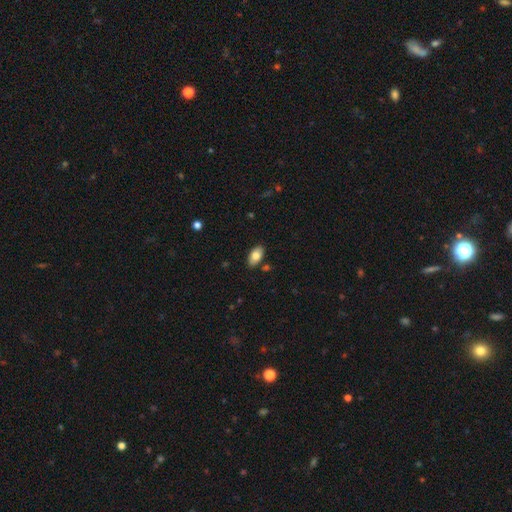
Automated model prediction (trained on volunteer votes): smooth_or_featured: smooth (p=0.78) [alt: featured or disk p=0.15]
how_rounded: in between (p=0.94) [alt: round p=0.04]
merging: none (p=0.84) [alt: minor disturbance p=0.11]